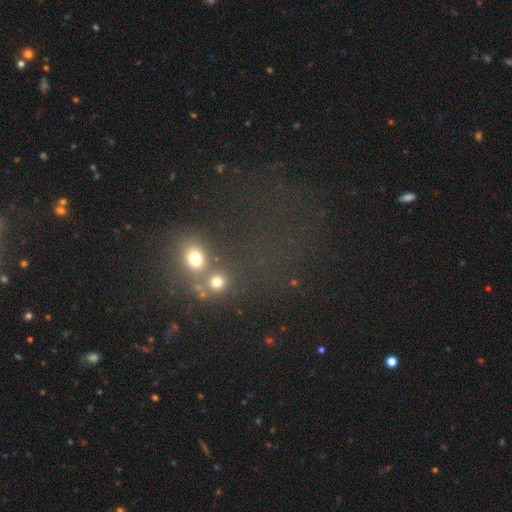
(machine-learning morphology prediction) Smooth or featured?
  - star or artifact: 44% *
  - smooth: 35%
  - featured or disk: 22%